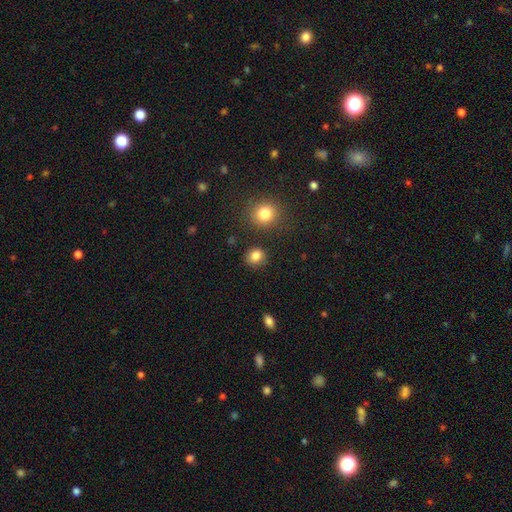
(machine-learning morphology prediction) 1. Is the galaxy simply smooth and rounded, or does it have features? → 83% smooth, 11% star or artifact, 5% featured or disk.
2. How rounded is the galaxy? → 79% round, 20% in between, 1% cigar-shaped.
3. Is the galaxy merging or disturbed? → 85% none, 9% minor disturbance, 3% merger, 3% major disturbance.